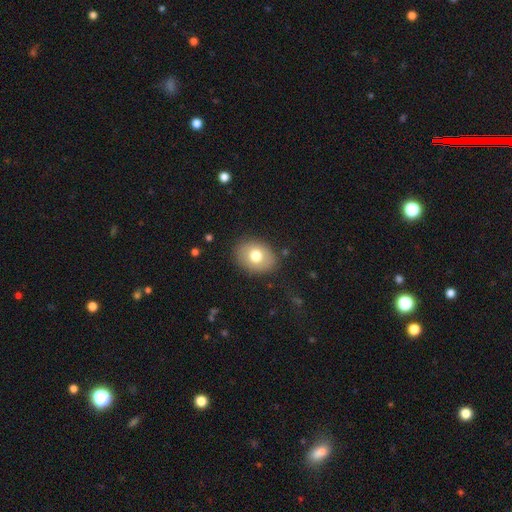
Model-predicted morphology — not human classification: Overall: smooth (73%). How rounded: in between (60%; round 39%). Merging: none (86%).